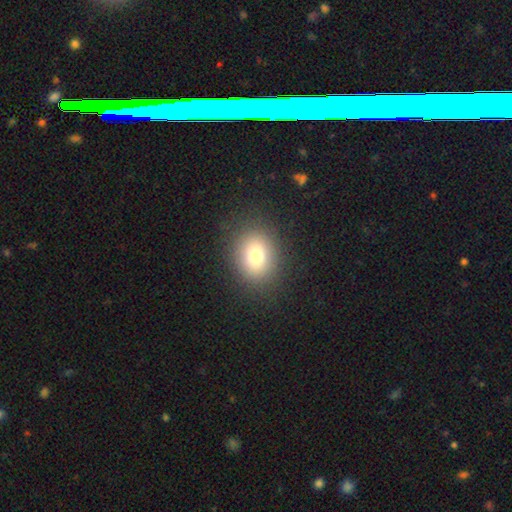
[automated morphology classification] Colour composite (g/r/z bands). It shows a smooth galaxy with no disk features (76%) that is round (58%). Merging: none (87%).